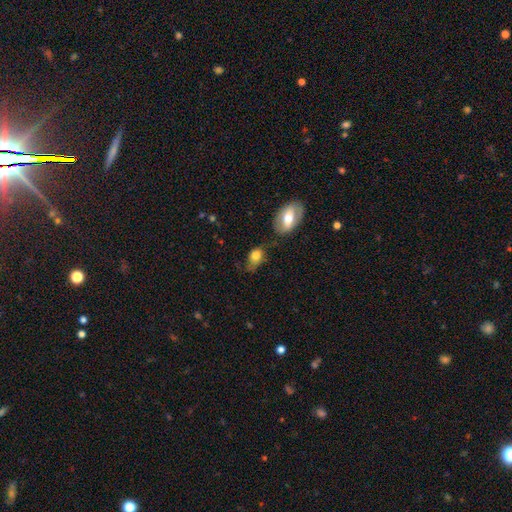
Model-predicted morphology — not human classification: This appears to be a smooth galaxy with no disk features (73%) that is in between round and cigar-shaped (75%). Merging: none (48%).